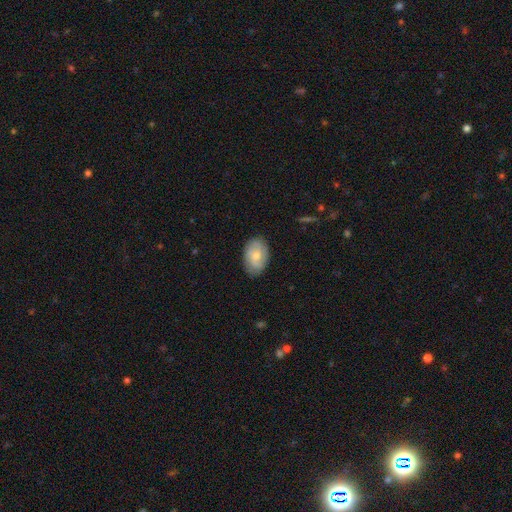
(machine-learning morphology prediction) smooth-or-featured: smooth: 59% | featured or disk: 35% | star or artifact: 6%
  how-rounded: in between: 88% | round: 11% | cigar-shaped: 1%
  merging: none: 82% | minor disturbance: 14% | major disturbance: 3% | merger: 1%